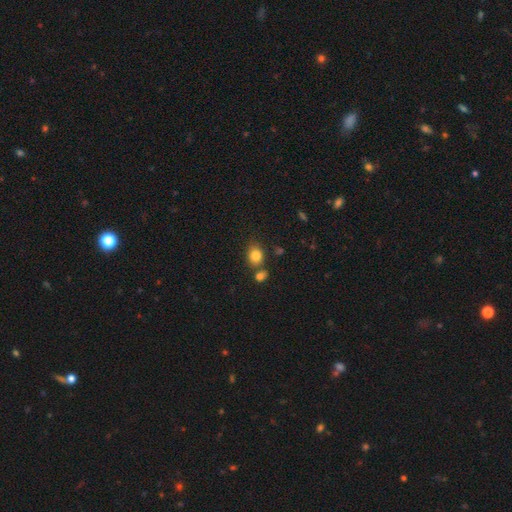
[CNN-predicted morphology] A smooth galaxy with no disk features (83%) that is round (57%). Merging: none (66%).